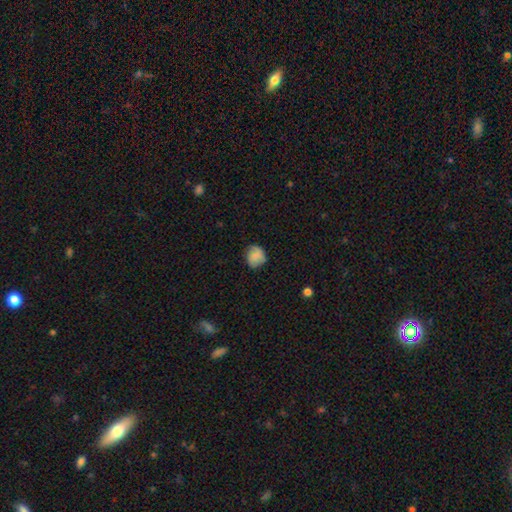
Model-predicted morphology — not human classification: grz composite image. It shows a smooth galaxy with no disk features (81%) that is round (78%). Merging: none (77%).